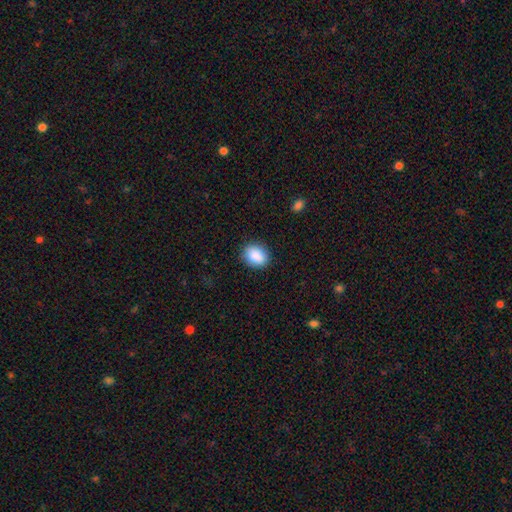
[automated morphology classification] Smooth or featured?
  - smooth: 90% *
  - star or artifact: 7%
  - featured or disk: 3%
How rounded?
  - in between: 66% *
  - round: 33%
  - cigar-shaped: 1%
Merging?
  - none: 87% *
  - minor disturbance: 10%
  - major disturbance: 2%
  - merger: 1%